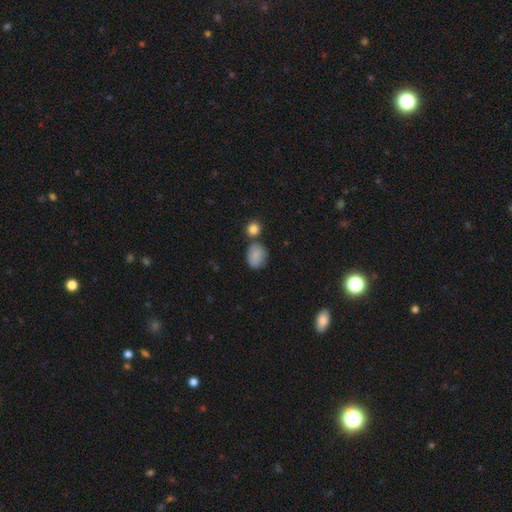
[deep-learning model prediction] smooth 82%, featured or disk 10%, star or artifact 8%. Down the decision tree: how rounded — in between (52%); merging — none (60%).